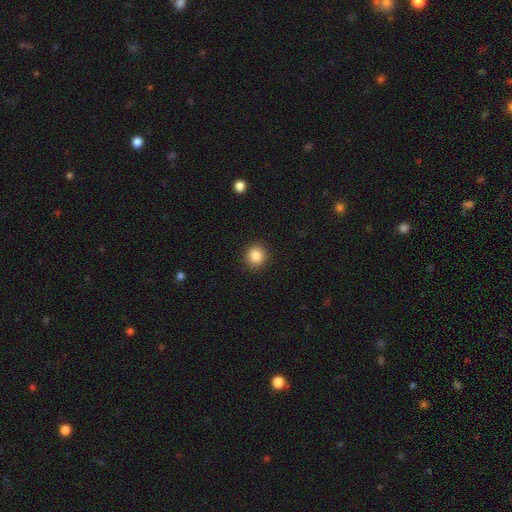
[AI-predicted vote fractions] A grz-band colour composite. It shows a smooth galaxy with no disk features (86%) that is round (87%). Merging: none (91%).